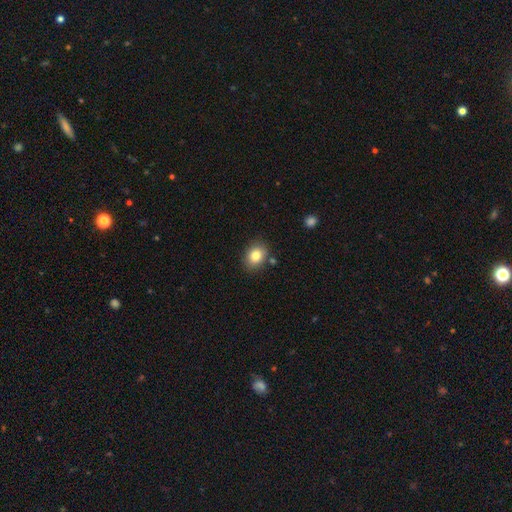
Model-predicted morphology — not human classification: A smooth galaxy with no disk features (82%) that is in between round and cigar-shaped (56%). Merging: none (82%).